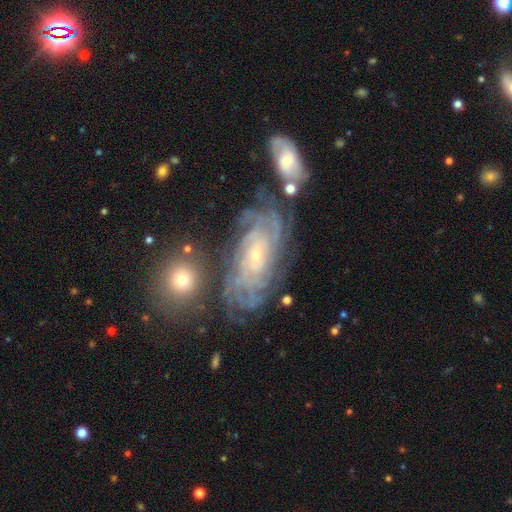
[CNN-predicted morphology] Smooth or featured? Predicted: featured or disk (p=0.83). Edge-on disk? Predicted: no (p=0.93). Bar? Predicted: no (p=0.66). Spiral arms? Predicted: yes (p=0.96). Spiral winding? Predicted: tight (p=0.78). Spiral arm count? Predicted: can't tell (p=0.36). Bulge size? Predicted: small (p=0.75). Merging? Predicted: none (p=0.68).